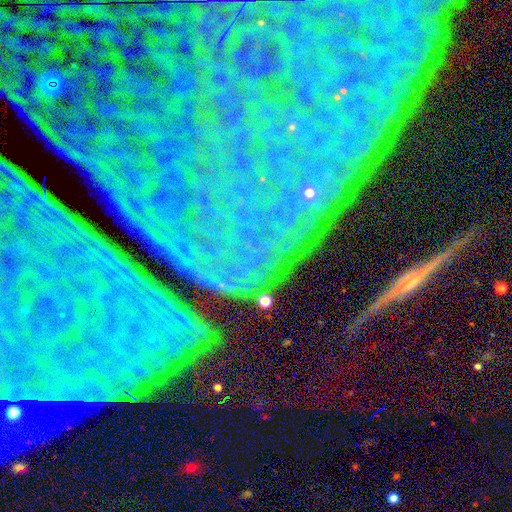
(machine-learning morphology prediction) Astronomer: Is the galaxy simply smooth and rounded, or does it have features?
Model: star or artifact — 73%.